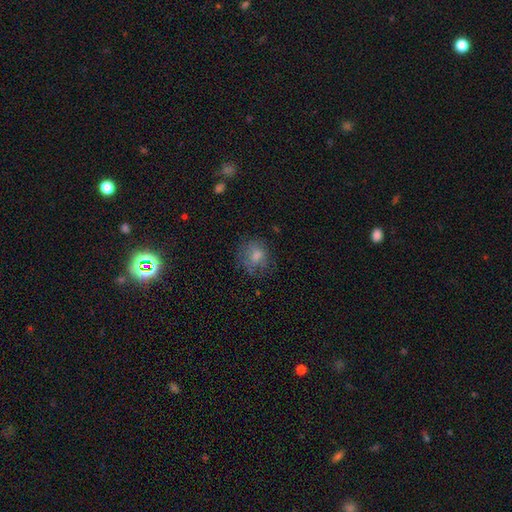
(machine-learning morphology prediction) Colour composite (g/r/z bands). It shows a smooth galaxy with no disk features (70%) that is round (71%). Merging: none (63%).